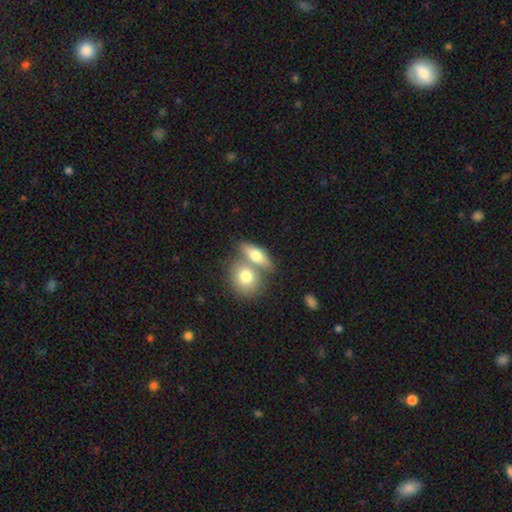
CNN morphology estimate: Smooth or featured: smooth — 67% (featured or disk — 27%)
How rounded: in between — 66% (round — 18%)
Merging: merger — 48% (none — 40%)